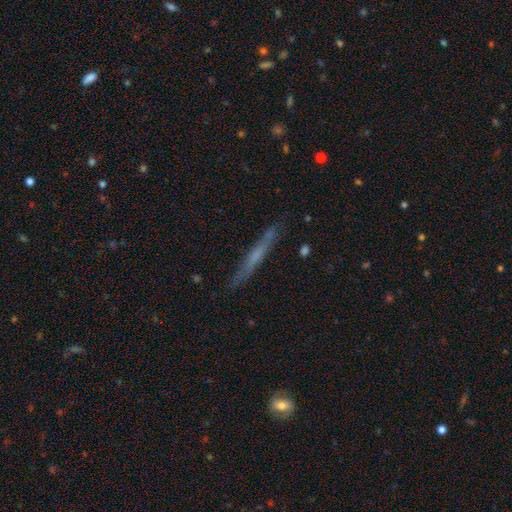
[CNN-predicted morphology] A featured or disk galaxy (52%) viewed edge-on (94%).

Vote fractions:
- Smooth or featured? featured or disk: 52% / smooth: 41% / star or artifact: 7%
- Edge-on disk? yes: 94% / no: 6%
- Merging? none: 86% / minor disturbance: 10% / major disturbance: 2% / merger: 2%